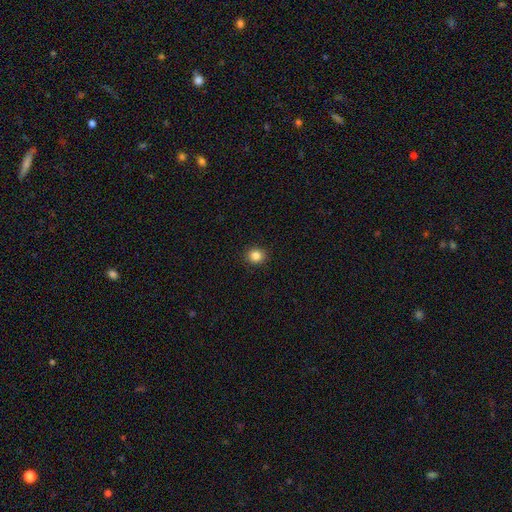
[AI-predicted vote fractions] Overall: smooth (85%). How rounded: round (83%). Merging: none (91%).